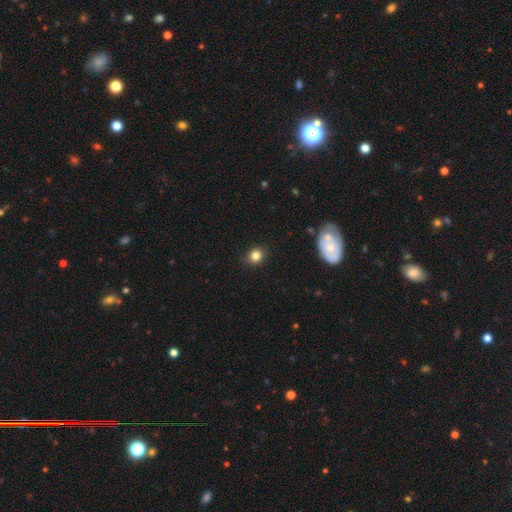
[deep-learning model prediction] Smooth or featured?
  - smooth: 83% *
  - star or artifact: 12%
  - featured or disk: 6%
How rounded?
  - round: 75% *
  - in between: 24%
  - cigar-shaped: 1%
Merging?
  - none: 86% *
  - minor disturbance: 11%
  - major disturbance: 2%
  - merger: 1%